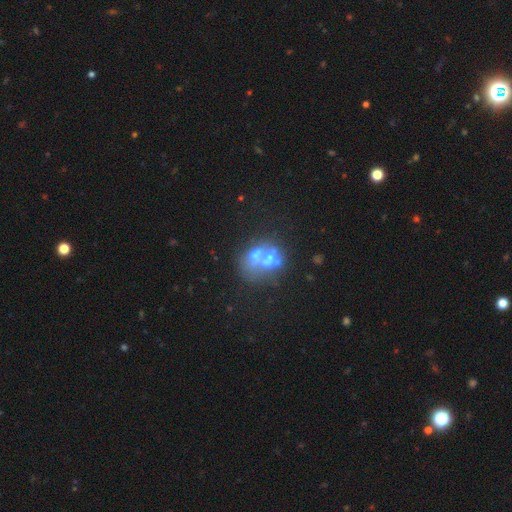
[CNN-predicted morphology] Smooth or featured?
  - featured or disk: 43% *
  - smooth: 41%
  - star or artifact: 16%
Merging?
  - merger: 68% *
  - none: 17%
  - major disturbance: 8%
  - minor disturbance: 7%